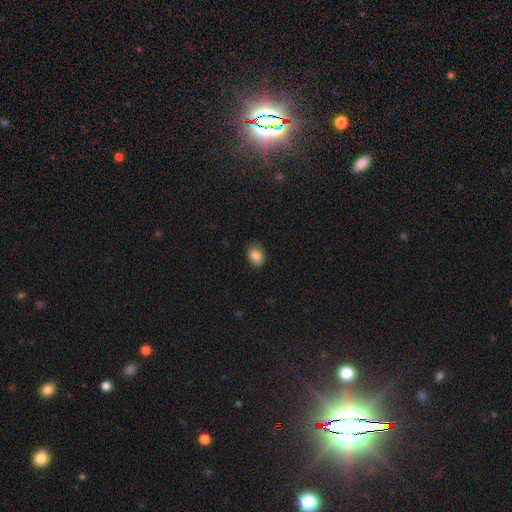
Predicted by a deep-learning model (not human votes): Smooth or featured? Predicted: smooth (p=0.86). How rounded? Predicted: in between (p=0.60). Merging? Predicted: none (p=0.87).